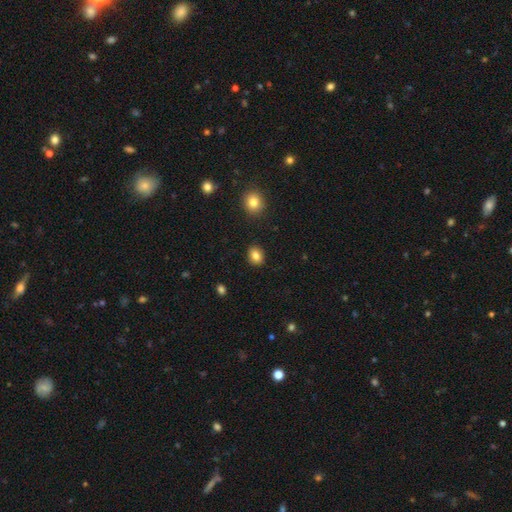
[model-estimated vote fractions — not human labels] smooth-or-featured: smooth: 84% | star or artifact: 10% | featured or disk: 6%
  how-rounded: round: 57% | in between: 42% | cigar-shaped: 1%
  merging: none: 90% | minor disturbance: 7% | major disturbance: 2% | merger: 1%